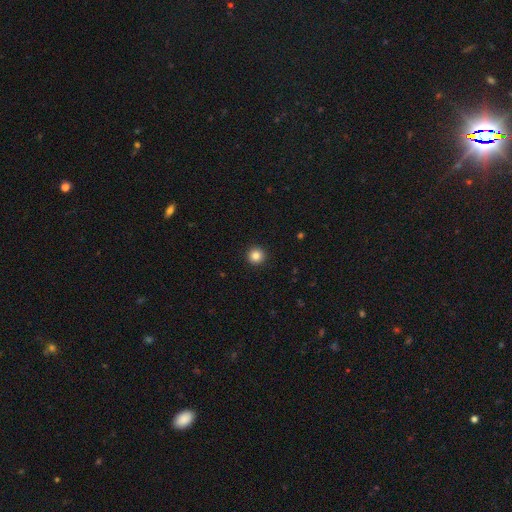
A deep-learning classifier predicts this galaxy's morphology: This is clearly a smooth galaxy (85%). How rounded: clearly round (96%). Merging: clearly none (93%).